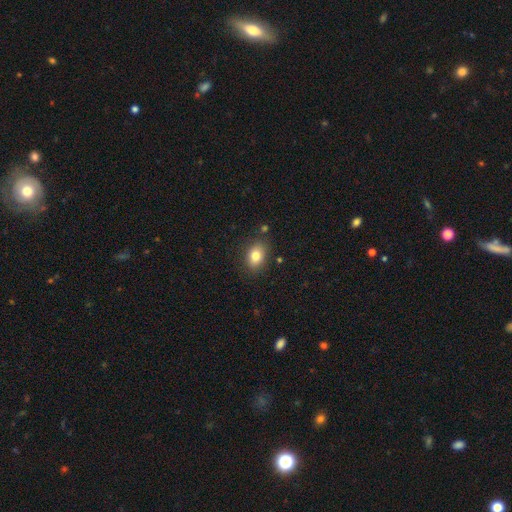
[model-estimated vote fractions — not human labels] Smooth or featured: smooth — 81% (featured or disk — 10%)
How rounded: in between — 80% (round — 18%)
Merging: none — 83% (minor disturbance — 12%)